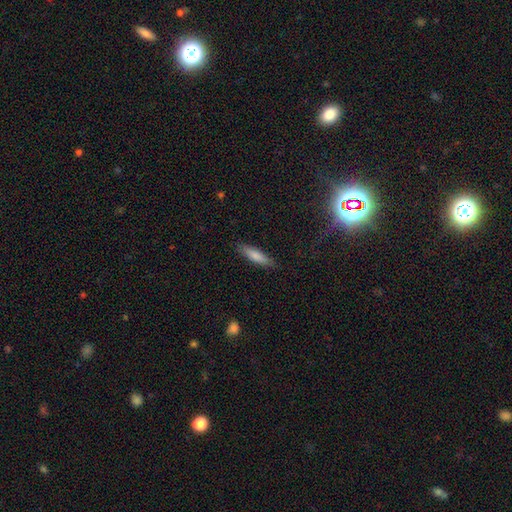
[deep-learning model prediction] Morphology: type=smooth (79%); roundness=cigar-shaped (77%); merging=none (87%).